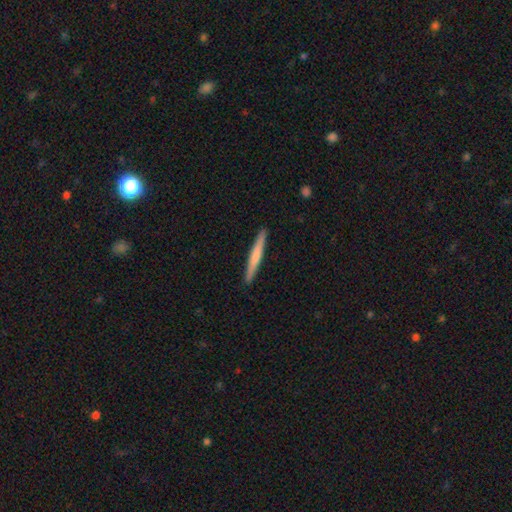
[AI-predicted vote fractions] Smooth or featured?
  - smooth: 57% *
  - featured or disk: 38%
  - star or artifact: 5%
How rounded?
  - cigar-shaped: 97% *
  - in between: 2%
  - round: 1%
Merging?
  - none: 92% *
  - minor disturbance: 6%
  - major disturbance: 1%
  - merger: 1%